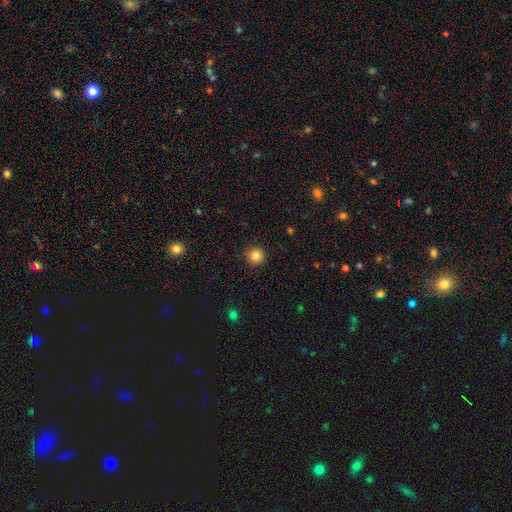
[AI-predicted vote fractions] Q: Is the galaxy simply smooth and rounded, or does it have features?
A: smooth — 84%.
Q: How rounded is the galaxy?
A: round — 96%.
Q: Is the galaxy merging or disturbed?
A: none — 93%.